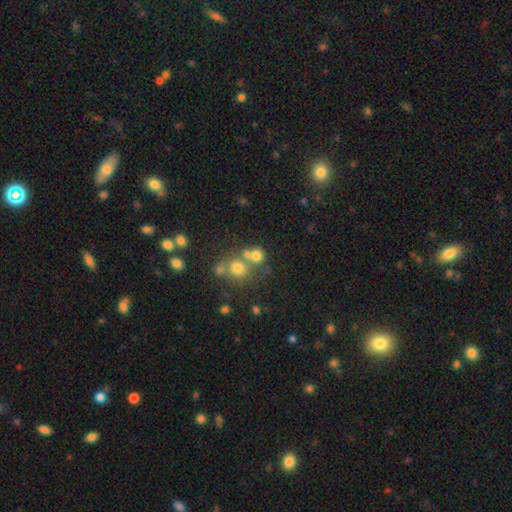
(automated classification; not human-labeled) Morphology: type=smooth (69%); roundness=round (81%); merging=none (47%).